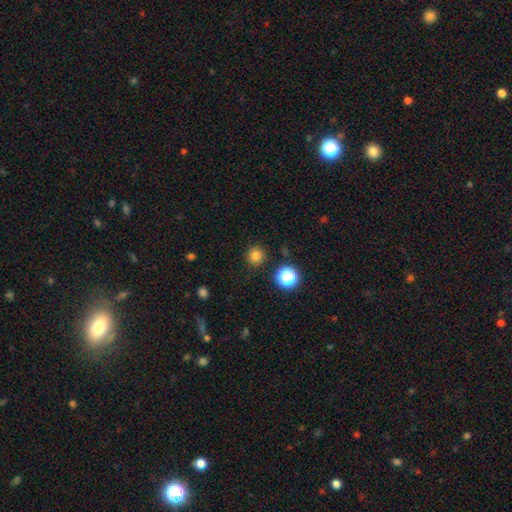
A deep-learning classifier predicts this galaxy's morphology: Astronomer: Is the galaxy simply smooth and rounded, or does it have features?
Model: smooth — 79%.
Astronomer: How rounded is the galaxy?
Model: round — 93%.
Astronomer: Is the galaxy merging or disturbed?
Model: none — 89%.